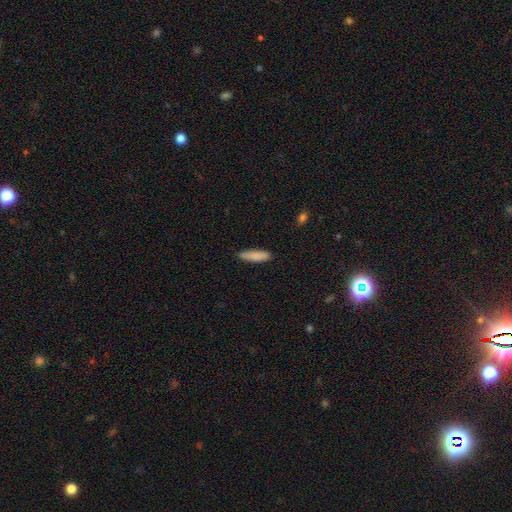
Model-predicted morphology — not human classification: Overall: smooth (86%). How rounded: cigar-shaped (66%; in between 33%). Merging: none (83%).